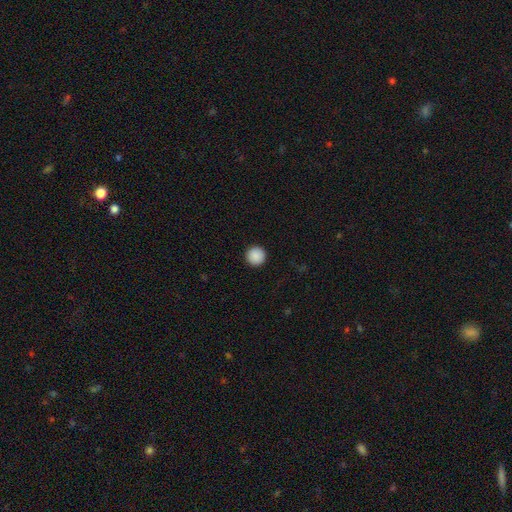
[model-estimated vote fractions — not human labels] Morphology: type=smooth (89%); roundness=round (96%); merging=none (94%).